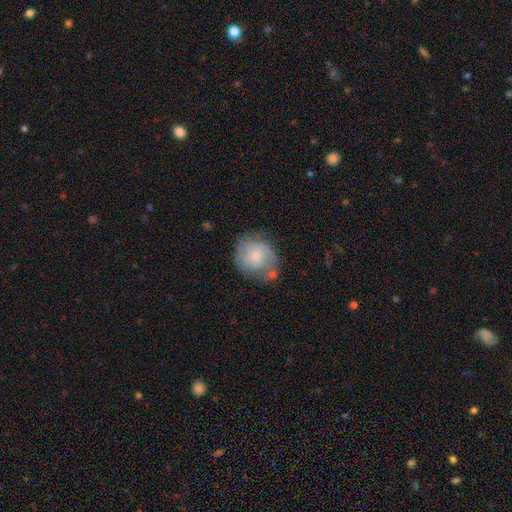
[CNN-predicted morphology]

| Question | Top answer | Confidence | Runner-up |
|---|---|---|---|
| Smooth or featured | featured or disk | 53% | smooth (40%) |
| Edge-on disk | no | 97% | yes (3%) |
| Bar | no | 70% | weak (26%) |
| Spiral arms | yes | 81% | no (19%) |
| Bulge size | small | 57% | moderate (37%) |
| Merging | none | 59% | minor disturbance (24%) |